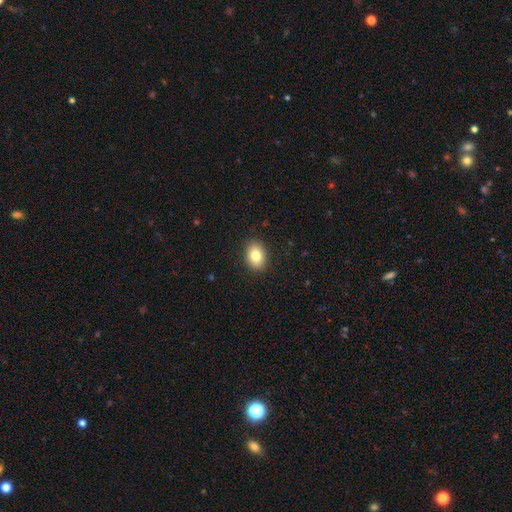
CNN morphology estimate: A smooth galaxy with no disk features (83%) that is in between round and cigar-shaped (68%). Merging: none (89%).